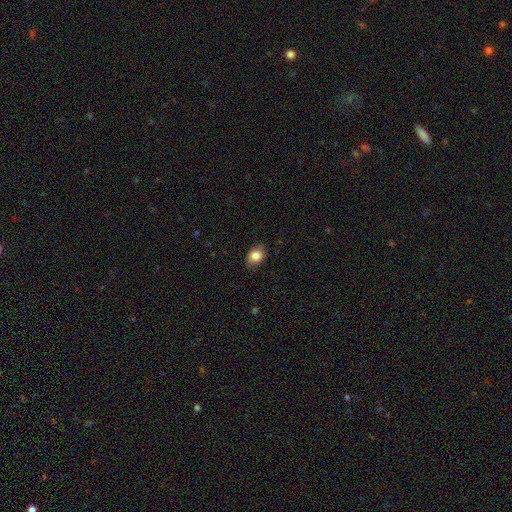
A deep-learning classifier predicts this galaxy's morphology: A smooth galaxy with no disk features (84%) that is in between round and cigar-shaped (66%).

Vote fractions:
- Smooth or featured? smooth: 84% / star or artifact: 8% / featured or disk: 8%
- How rounded? in between: 66% / round: 33% / cigar-shaped: 1%
- Merging? none: 82% / minor disturbance: 14% / major disturbance: 3% / merger: 1%